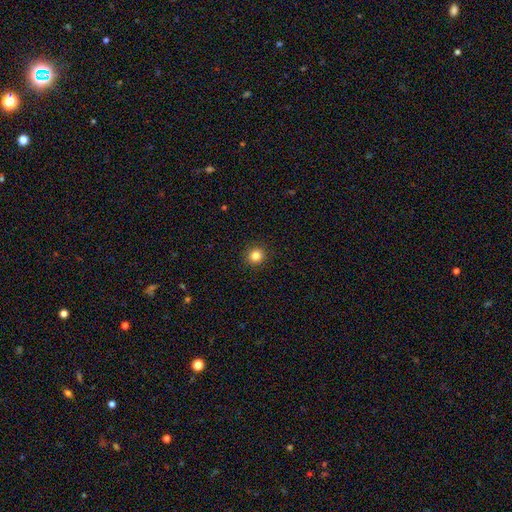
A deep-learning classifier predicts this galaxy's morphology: Smooth or featured? smooth (84%)
How rounded? round (91%)
Merging? none (92%)